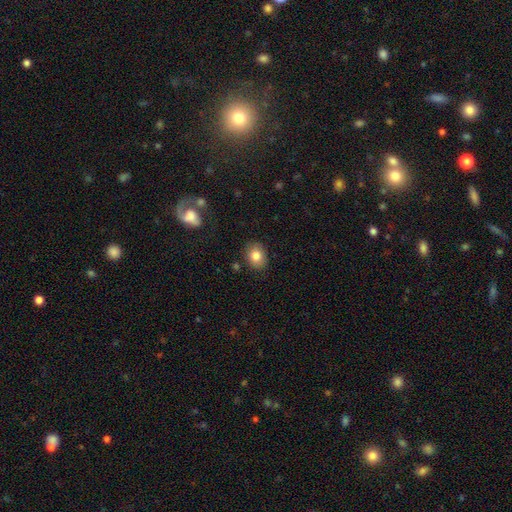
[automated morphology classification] A smooth galaxy with no disk features (82%) that is in between round and cigar-shaped (54%). Merging: none (86%).